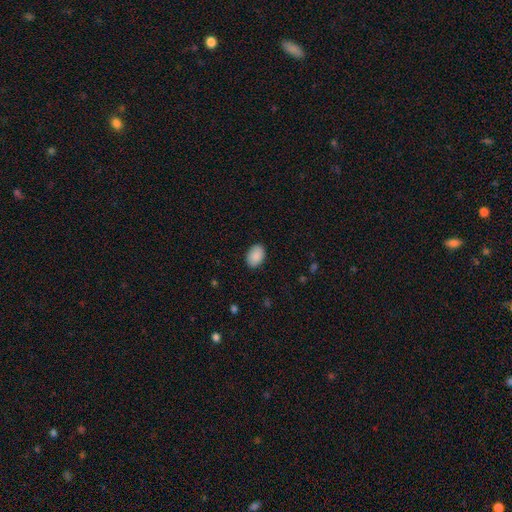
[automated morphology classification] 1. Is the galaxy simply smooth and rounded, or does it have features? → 90% smooth, 6% star or artifact, 4% featured or disk.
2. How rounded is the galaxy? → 86% in between, 13% round, 1% cigar-shaped.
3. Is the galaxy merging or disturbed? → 87% none, 9% minor disturbance, 2% major disturbance, 1% merger.